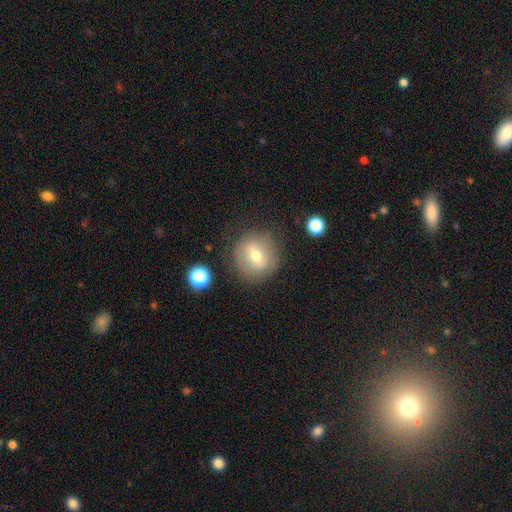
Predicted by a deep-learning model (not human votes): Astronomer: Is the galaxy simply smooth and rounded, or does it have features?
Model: smooth — 59%.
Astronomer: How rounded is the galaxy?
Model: round — 86%.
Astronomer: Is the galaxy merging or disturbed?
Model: none — 81%.